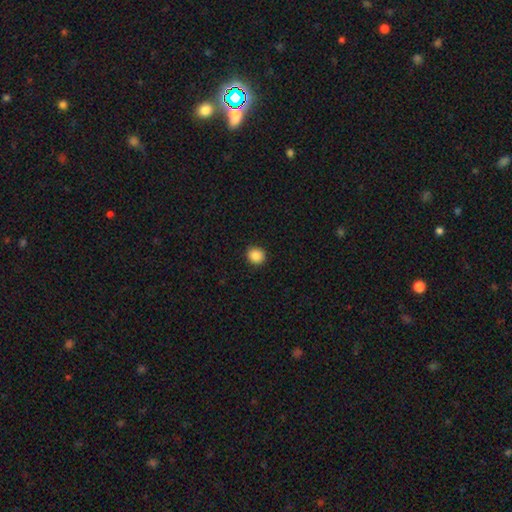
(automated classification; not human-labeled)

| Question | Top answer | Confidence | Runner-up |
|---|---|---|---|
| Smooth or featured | smooth | 88% | star or artifact (9%) |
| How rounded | round | 86% | in between (13%) |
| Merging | none | 91% | minor disturbance (6%) |